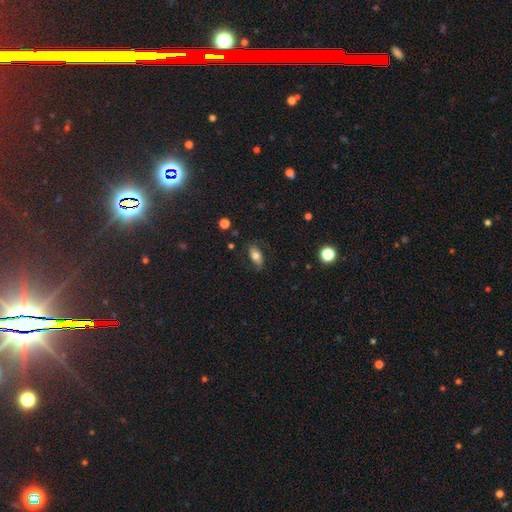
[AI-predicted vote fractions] Smooth or featured: smooth — 71% (featured or disk — 21%)
How rounded: in between — 88% (round — 6%)
Merging: none — 79% (minor disturbance — 16%)